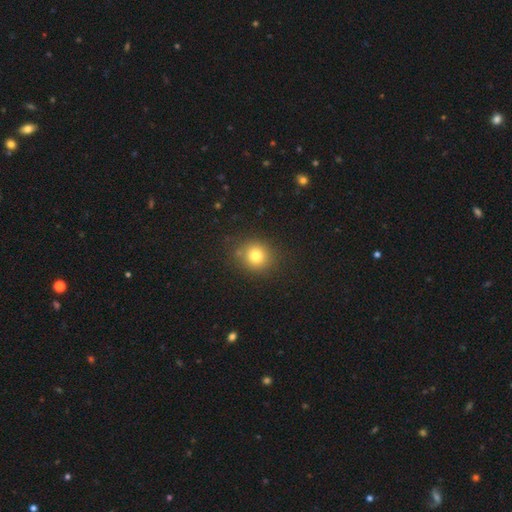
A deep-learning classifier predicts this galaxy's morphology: The model was most divided on "smooth or featured": smooth: 80%, star or artifact: 13%, featured or disk: 7%. More confident: how rounded — round (86%); merging — none (84%).